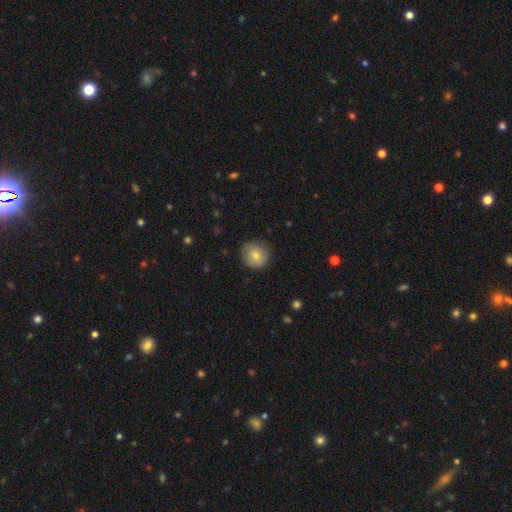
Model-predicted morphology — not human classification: Smooth or featured? smooth (76%)
How rounded? round (91%)
Merging? none (81%)